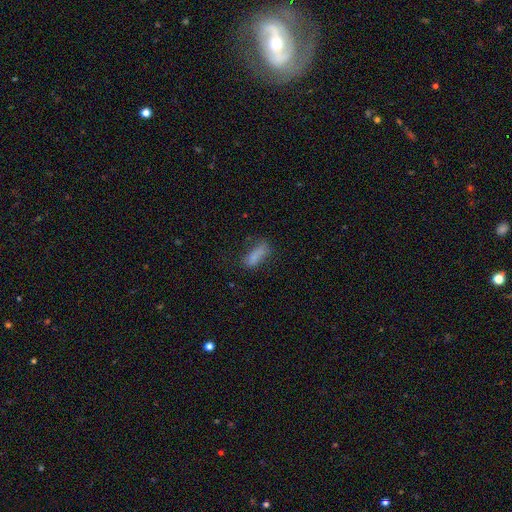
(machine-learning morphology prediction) A smooth galaxy with no disk features (77%) that is in between round and cigar-shaped (67%).

Vote fractions:
- Smooth or featured? smooth: 77% / featured or disk: 13% / star or artifact: 10%
- How rounded? in between: 67% / cigar-shaped: 30% / round: 3%
- Merging? none: 56% / minor disturbance: 26% / major disturbance: 13% / merger: 4%